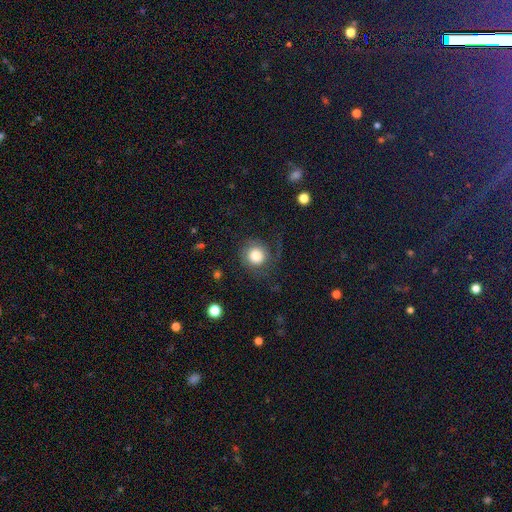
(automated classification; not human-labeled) smooth 57%, featured or disk 34%, star or artifact 9%. Down the decision tree: how rounded — round (90%); merging — none (63%).